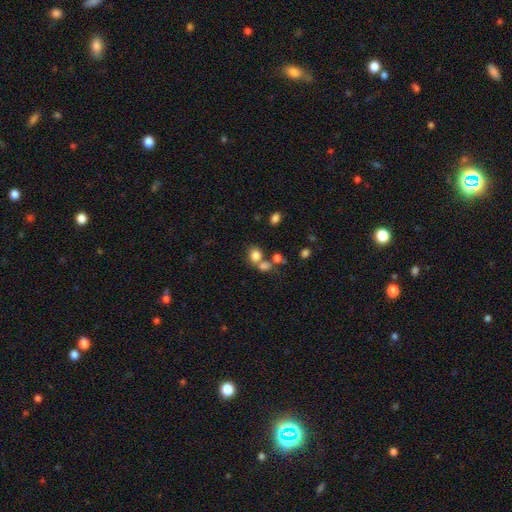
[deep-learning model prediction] smooth_or_featured: smooth (p=0.79) [alt: star or artifact p=0.13]
how_rounded: round (p=0.61) [alt: in between p=0.38]
merging: none (p=0.45) [alt: merger p=0.39]